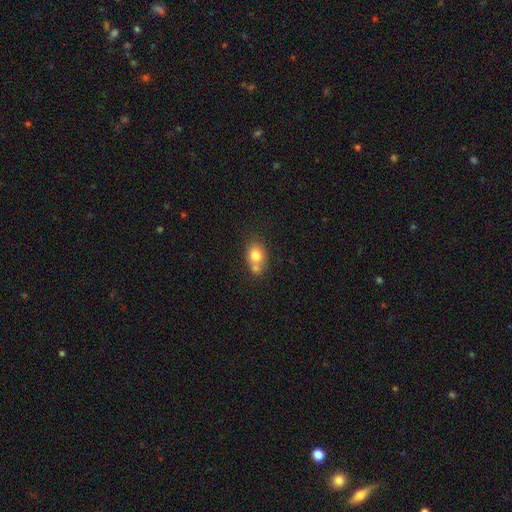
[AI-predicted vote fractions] Smooth or featured? smooth (76%)
How rounded? in between (51%)
Merging? none (44%)